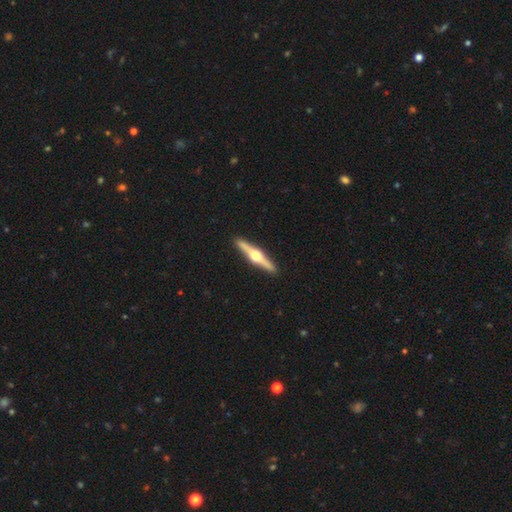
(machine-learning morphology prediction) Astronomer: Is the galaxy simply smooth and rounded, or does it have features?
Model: featured or disk — 77%.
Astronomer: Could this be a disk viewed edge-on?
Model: yes — 98%.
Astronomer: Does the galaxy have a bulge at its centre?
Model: rounded — 96%.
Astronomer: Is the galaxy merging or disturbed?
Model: none — 92%.